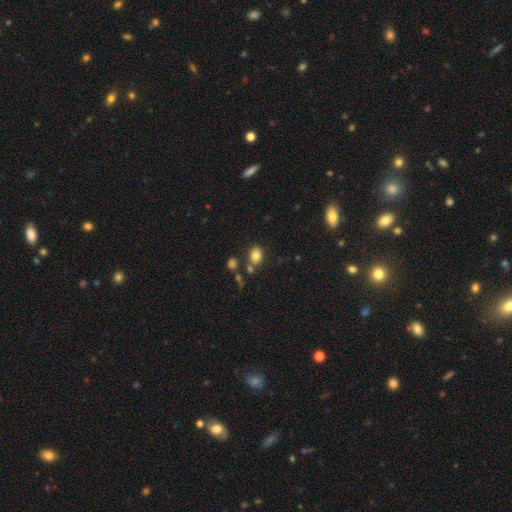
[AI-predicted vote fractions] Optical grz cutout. It shows a smooth galaxy with no disk features (80%) that is in between round and cigar-shaped (64%). Merging: none (72%).